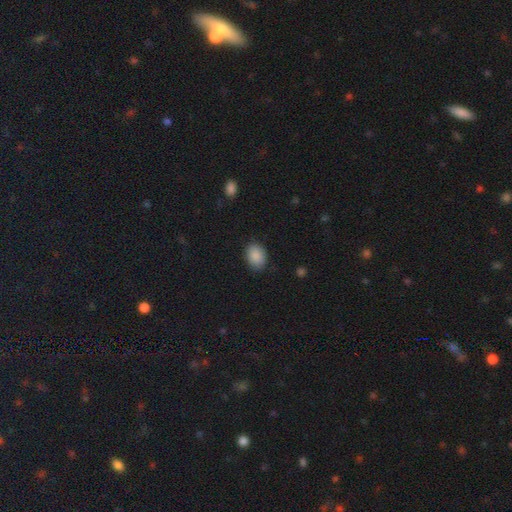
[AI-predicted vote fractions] Smooth or featured?
  - smooth: 89% *
  - star or artifact: 7%
  - featured or disk: 4%
How rounded?
  - in between: 65% *
  - round: 34%
  - cigar-shaped: 1%
Merging?
  - none: 85% *
  - minor disturbance: 12%
  - major disturbance: 3%
  - merger: 1%